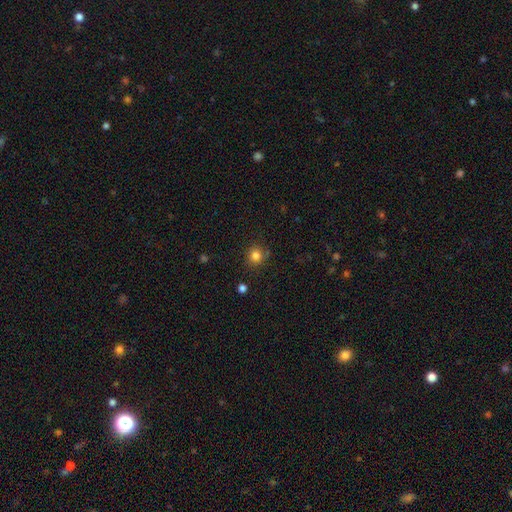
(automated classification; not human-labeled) Q: Smooth or featured?
A: smooth (83%); runner-up: star or artifact (12%)
Q: How rounded?
A: round (91%); runner-up: in between (8%)
Q: Merging?
A: none (83%); runner-up: minor disturbance (11%)